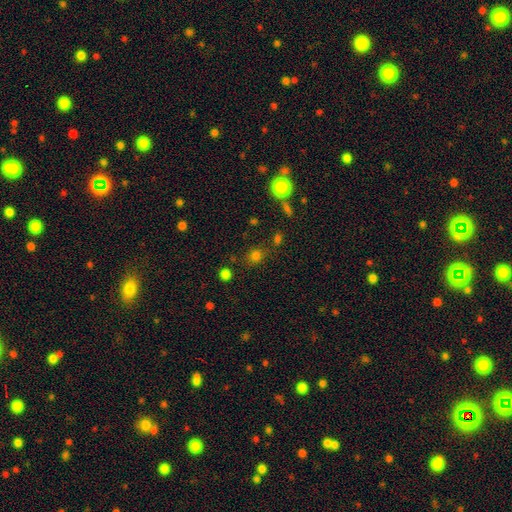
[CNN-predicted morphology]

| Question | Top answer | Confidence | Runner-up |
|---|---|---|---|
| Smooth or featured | smooth | 74% | star or artifact (20%) |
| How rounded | round | 76% | in between (23%) |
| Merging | none | 77% | minor disturbance (12%) |